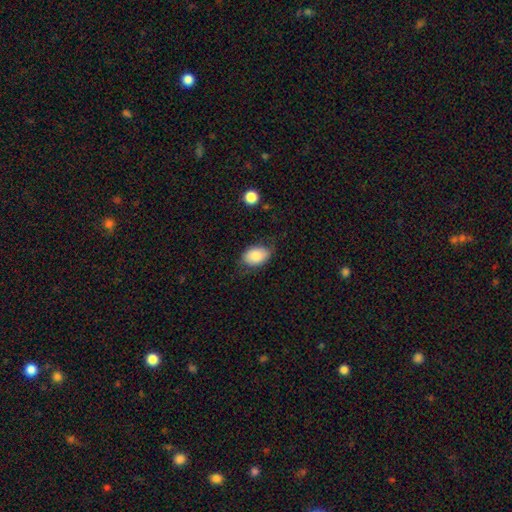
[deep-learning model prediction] Smooth or featured? smooth (82%)
How rounded? in between (83%)
Merging? none (69%)